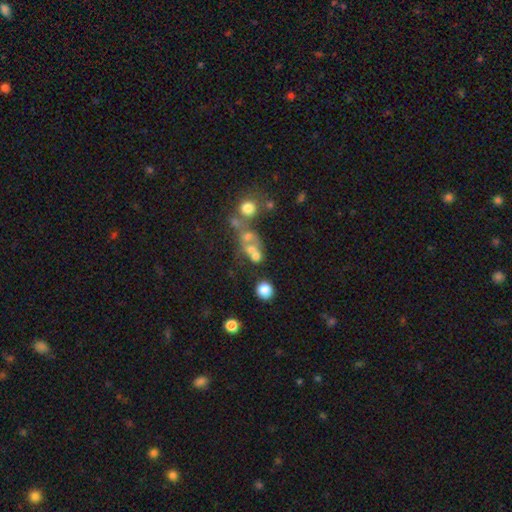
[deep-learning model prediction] Overall: smooth (53%; featured or disk 28%). How rounded: round (61%; in between 37%). Merging: merger (50%; none 27%).